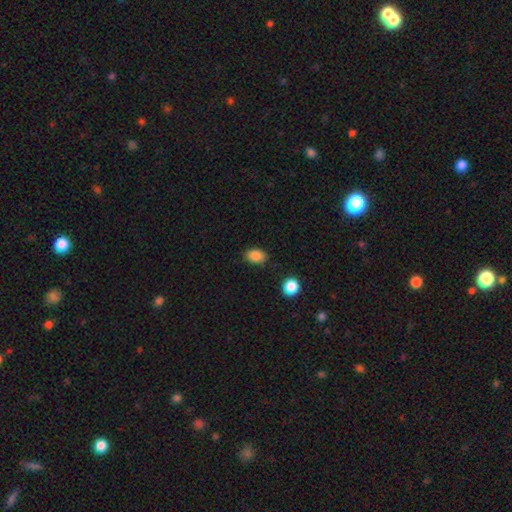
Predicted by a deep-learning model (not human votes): smooth_or_featured: smooth (p=0.86) [alt: star or artifact p=0.10]
how_rounded: in between (p=0.77) [alt: round p=0.21]
merging: none (p=0.81) [alt: minor disturbance p=0.14]